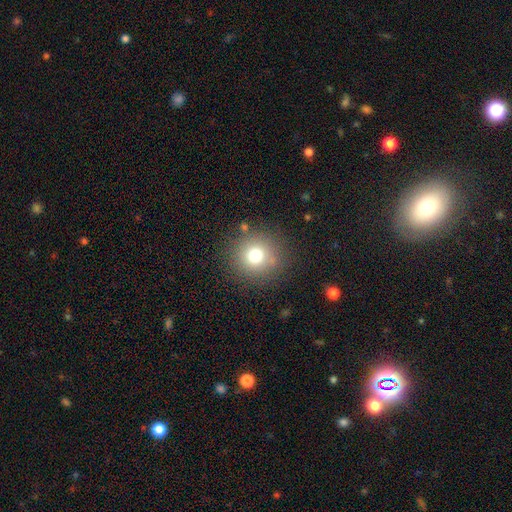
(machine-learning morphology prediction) A smooth galaxy with no disk features (73%) that is round (93%).

Vote fractions:
- Smooth or featured? smooth: 73% / star or artifact: 17% / featured or disk: 10%
- How rounded? round: 93% / in between: 6% / cigar-shaped: 1%
- Merging? none: 88% / minor disturbance: 7% / major disturbance: 3% / merger: 2%